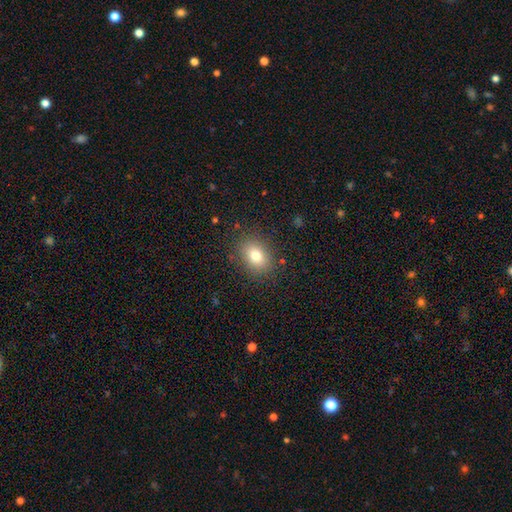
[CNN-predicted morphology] A smooth galaxy with no disk features (78%) that is in between round and cigar-shaped (65%). Merging: none (86%).